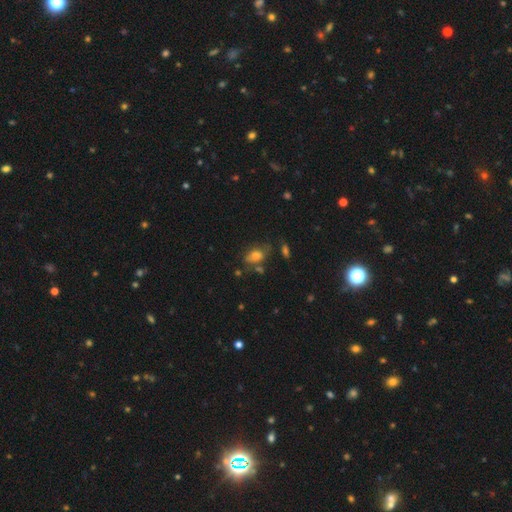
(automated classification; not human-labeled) smooth_or_featured: smooth (p=0.69) [alt: featured or disk p=0.18]
how_rounded: in between (p=0.82) [alt: round p=0.15]
merging: none (p=0.55) [alt: minor disturbance p=0.25]